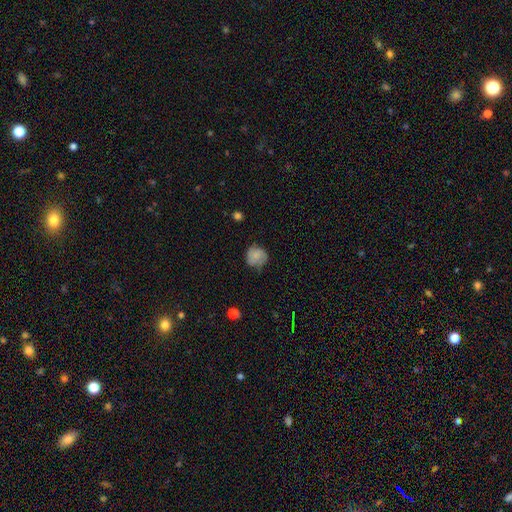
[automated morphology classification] A smooth galaxy with no disk features (66%) that is round (82%). Merging: none (63%).